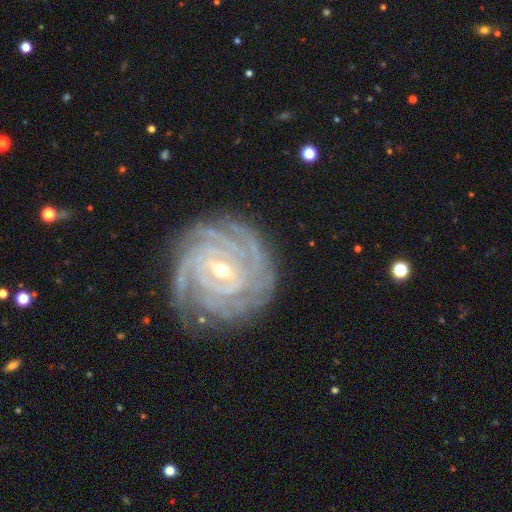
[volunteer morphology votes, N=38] Smooth or featured? featured or disk (100%)
Edge-on disk? no (100%)
Bar? weak (74%)
Spiral arms? yes (100%)
Spiral winding? tight (76%)
Spiral arm count? 4 (45%)
Bulge size? moderate (50%, tied with small)
Merging? none (68%)